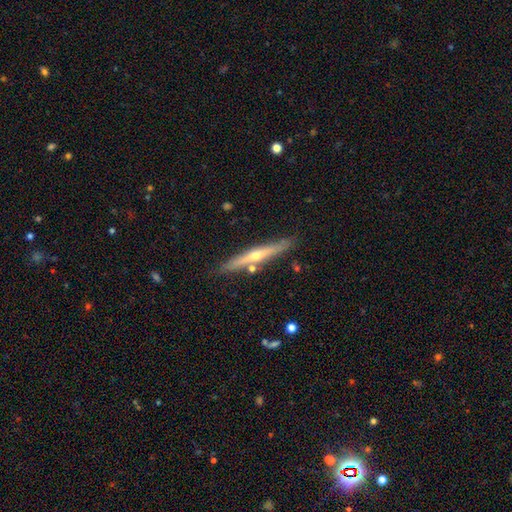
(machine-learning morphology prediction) smooth_or_featured: featured or disk (p=0.70) [alt: smooth p=0.24]
disk_edge_on: yes (p=0.96) [alt: no p=0.04]
edge_on_bulge: rounded (p=0.82) [alt: none p=0.15]
merging: none (p=0.85) [alt: minor disturbance p=0.09]